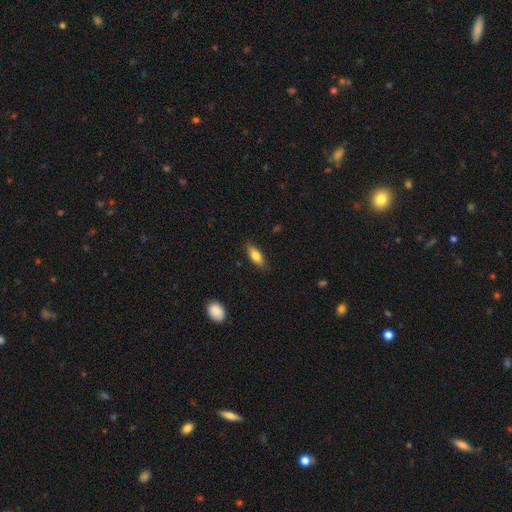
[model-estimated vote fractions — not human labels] This is clearly a smooth galaxy (80%). How rounded: likely in between (76%). Merging: clearly none (85%).